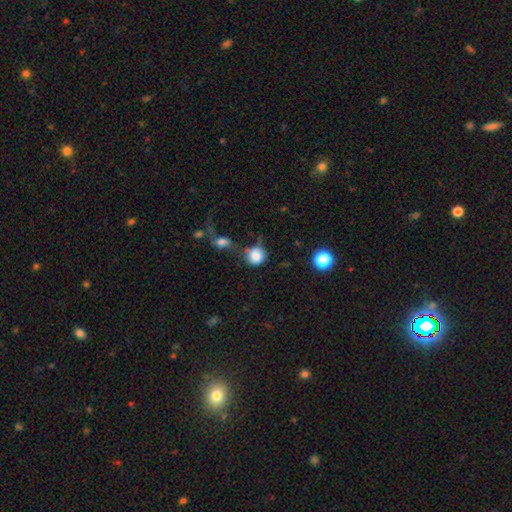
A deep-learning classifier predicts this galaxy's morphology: A smooth galaxy with no disk features (82%) that is round (85%). Merging: none (43%).